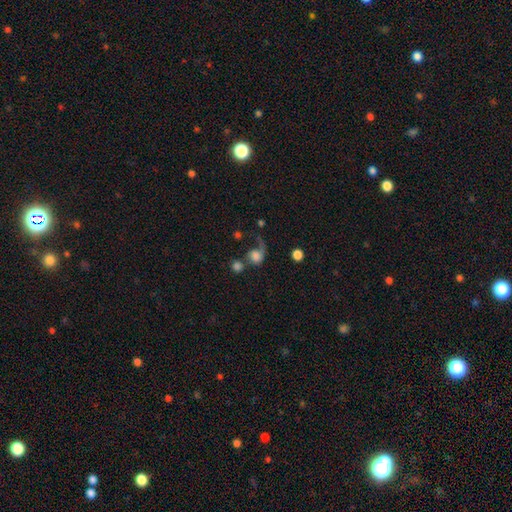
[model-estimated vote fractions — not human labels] This is likely a smooth galaxy (62%). How rounded: likely round (73%). Merging: marginally major disturbance (38%).